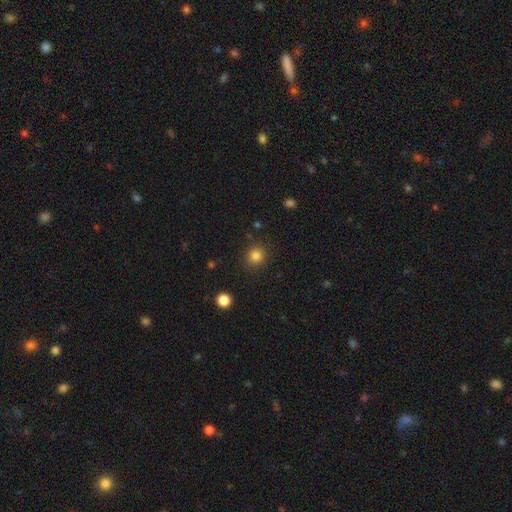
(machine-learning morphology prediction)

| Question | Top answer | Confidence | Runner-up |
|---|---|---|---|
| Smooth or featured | smooth | 83% | star or artifact (13%) |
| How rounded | round | 90% | in between (9%) |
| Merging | none | 88% | minor disturbance (7%) |